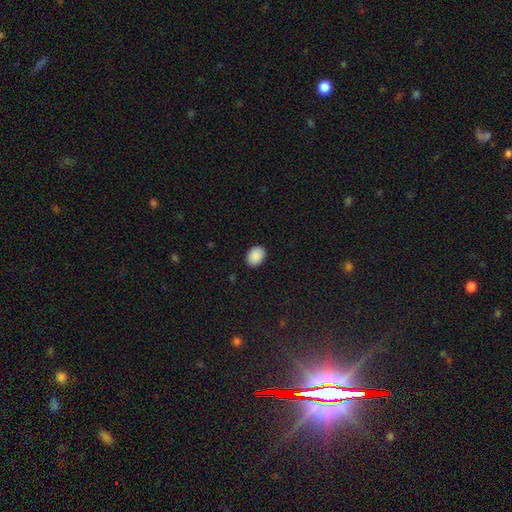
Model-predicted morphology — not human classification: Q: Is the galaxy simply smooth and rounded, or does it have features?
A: smooth — 90%.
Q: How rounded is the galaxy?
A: in between — 67%.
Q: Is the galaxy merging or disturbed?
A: none — 90%.